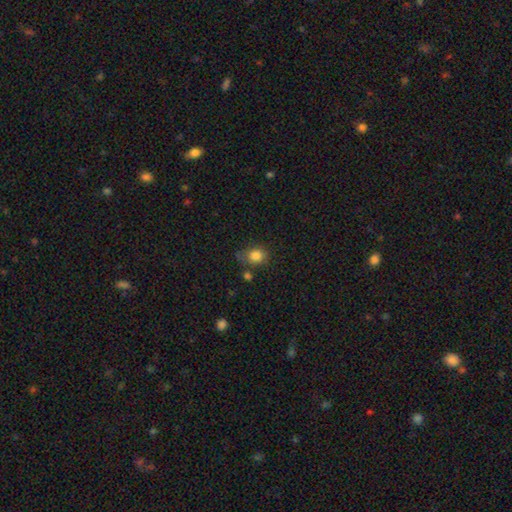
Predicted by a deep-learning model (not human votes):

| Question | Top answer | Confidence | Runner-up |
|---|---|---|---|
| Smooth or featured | smooth | 83% | star or artifact (10%) |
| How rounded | round | 57% | in between (42%) |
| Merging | none | 59% | minor disturbance (24%) |